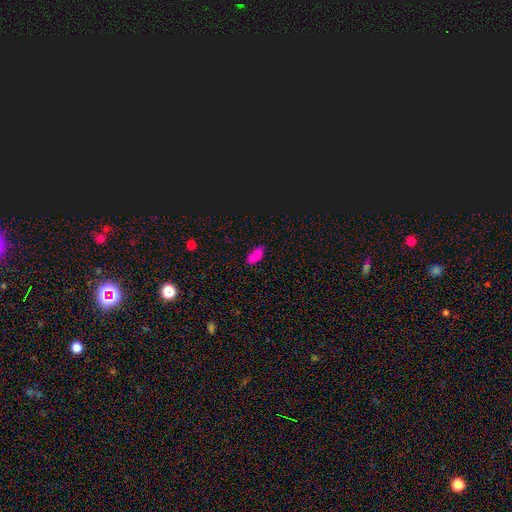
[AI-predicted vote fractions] Smooth or featured? Predicted: smooth (p=0.84). How rounded? Predicted: in between (p=0.83). Merging? Predicted: none (p=0.79).